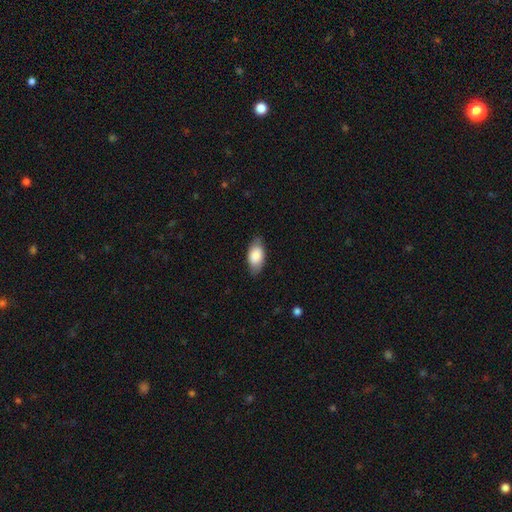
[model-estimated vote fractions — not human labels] smooth-or-featured: smooth: 81% | featured or disk: 12% | star or artifact: 6%
  how-rounded: in between: 92% | cigar-shaped: 4% | round: 4%
  merging: none: 81% | minor disturbance: 15% | major disturbance: 3% | merger: 1%